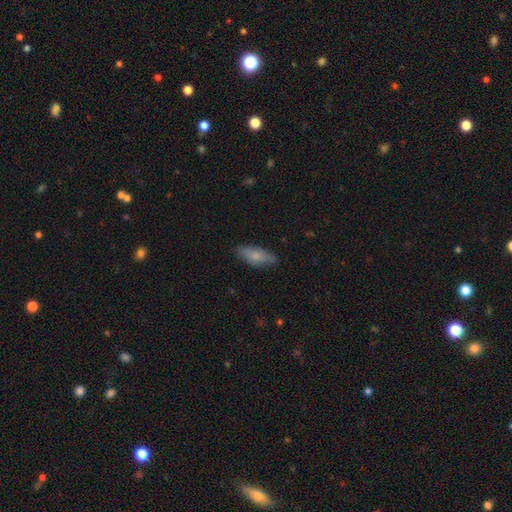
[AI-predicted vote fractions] A smooth galaxy with no disk features (74%) that is in between round and cigar-shaped (65%). Merging: none (79%).